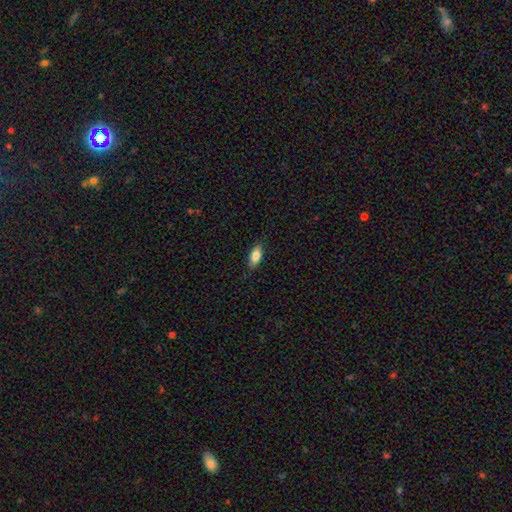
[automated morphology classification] Q: Smooth or featured?
A: smooth (81%); runner-up: featured or disk (12%)
Q: How rounded?
A: in between (85%); runner-up: cigar-shaped (12%)
Q: Merging?
A: none (83%); runner-up: minor disturbance (13%)